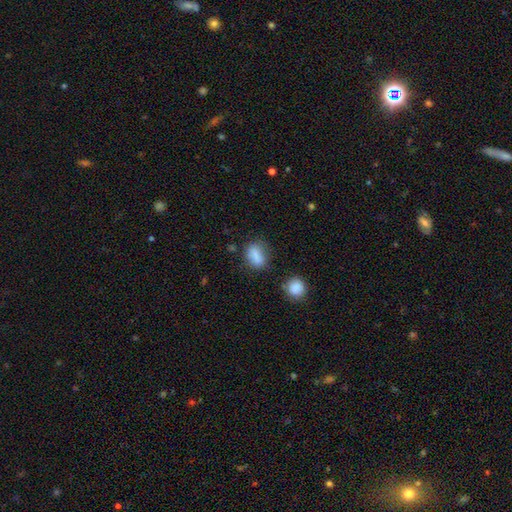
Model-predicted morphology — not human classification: smooth-or-featured: smooth: 82% | star or artifact: 10% | featured or disk: 8%
  how-rounded: in between: 72% | round: 22% | cigar-shaped: 6%
  merging: none: 67% | minor disturbance: 20% | major disturbance: 7% | merger: 6%